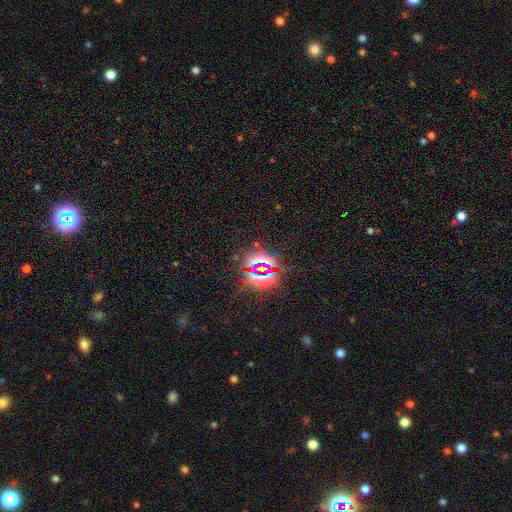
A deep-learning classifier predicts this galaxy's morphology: type=star or artifact (81%).